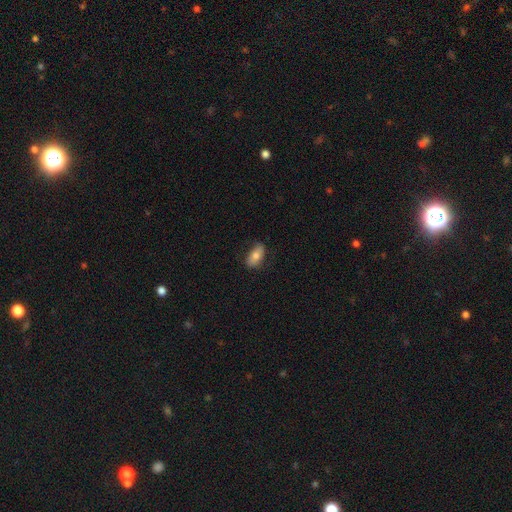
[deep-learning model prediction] This is likely a smooth galaxy (74%). How rounded: clearly in between (90%). Merging: likely none (77%).